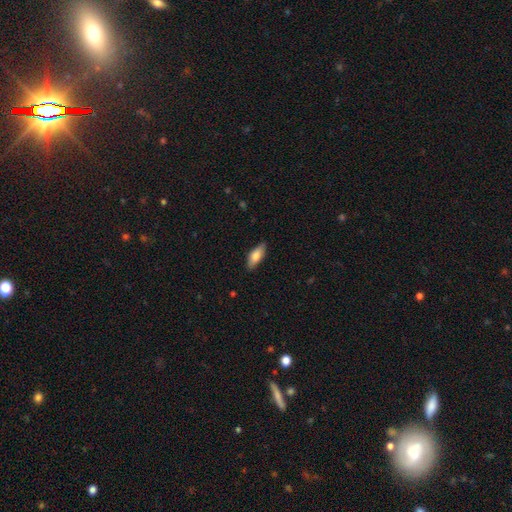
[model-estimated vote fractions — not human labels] smooth 77%, featured or disk 17%, star or artifact 6%. Down the decision tree: how rounded — in between (73%); merging — none (87%).